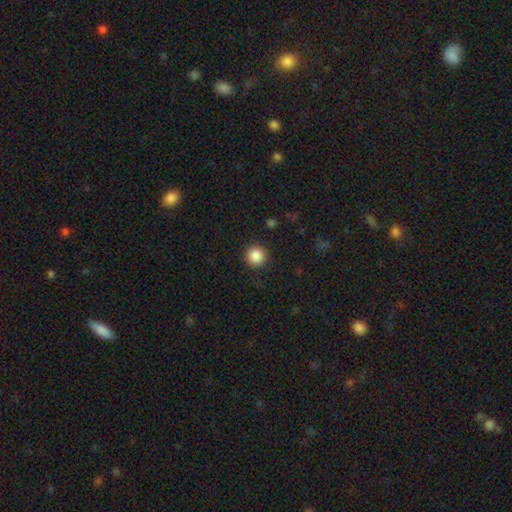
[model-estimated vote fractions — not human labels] A smooth galaxy with no disk features (87%) that is round (96%).

Vote fractions:
- Smooth or featured? smooth: 87% / star or artifact: 10% / featured or disk: 3%
- How rounded? round: 96% / in between: 3% / cigar-shaped: 1%
- Merging? none: 91% / minor disturbance: 6% / major disturbance: 2% / merger: 1%